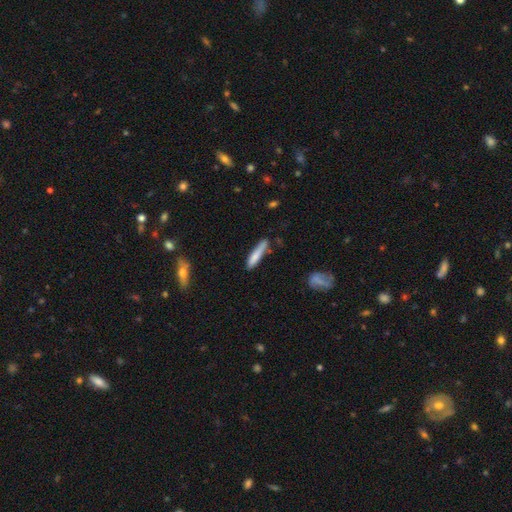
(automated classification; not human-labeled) Smooth or featured?
  - smooth: 77% *
  - featured or disk: 16%
  - star or artifact: 6%
How rounded?
  - cigar-shaped: 88% *
  - in between: 11%
  - round: 1%
Merging?
  - none: 71% *
  - minor disturbance: 21%
  - major disturbance: 4%
  - merger: 4%